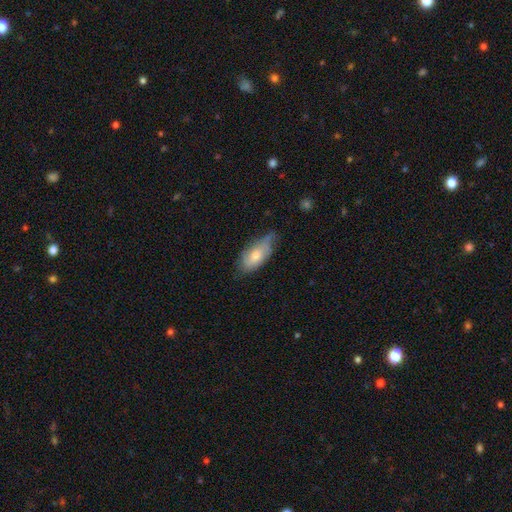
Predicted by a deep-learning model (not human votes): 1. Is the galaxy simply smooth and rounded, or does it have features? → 64% smooth, 29% featured or disk, 7% star or artifact.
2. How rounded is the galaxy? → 85% in between, 12% cigar-shaped, 3% round.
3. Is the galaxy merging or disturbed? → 51% none, 38% minor disturbance, 9% major disturbance, 2% merger.